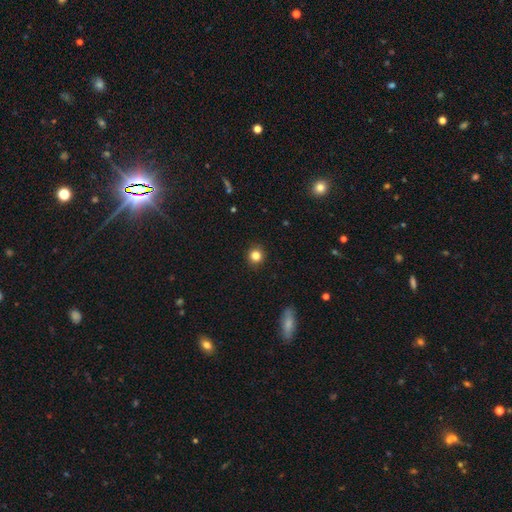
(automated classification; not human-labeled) The model was most divided on "smooth or featured": smooth: 83%, star or artifact: 12%, featured or disk: 5%. More confident: how rounded — round (92%); merging — none (91%).